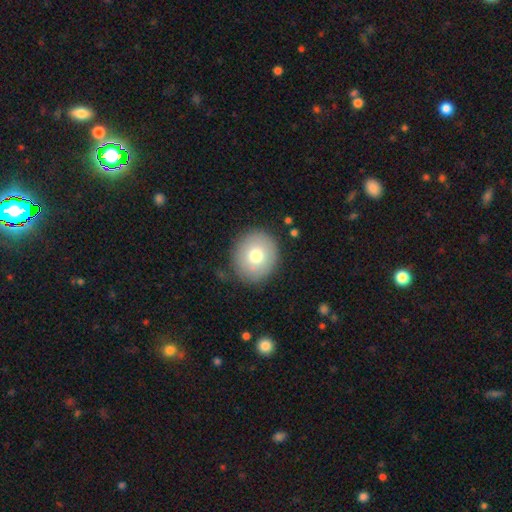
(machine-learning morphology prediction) Q: Smooth or featured?
A: smooth (75%); runner-up: featured or disk (17%)
Q: How rounded?
A: round (88%); runner-up: in between (11%)
Q: Merging?
A: none (86%); runner-up: minor disturbance (9%)